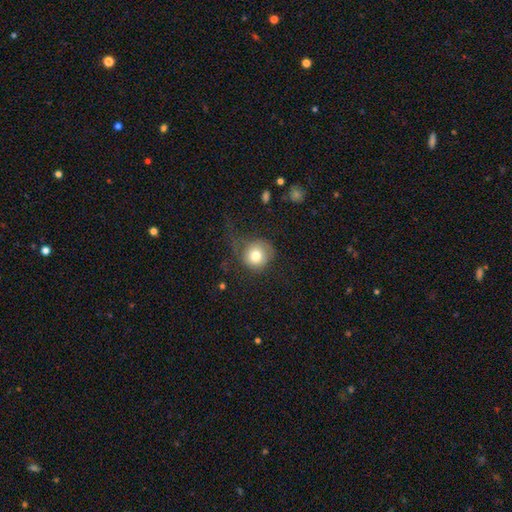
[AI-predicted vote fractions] Q: Smooth or featured?
A: smooth (77%); runner-up: featured or disk (14%)
Q: How rounded?
A: round (89%); runner-up: in between (10%)
Q: Merging?
A: none (48%); runner-up: major disturbance (26%)